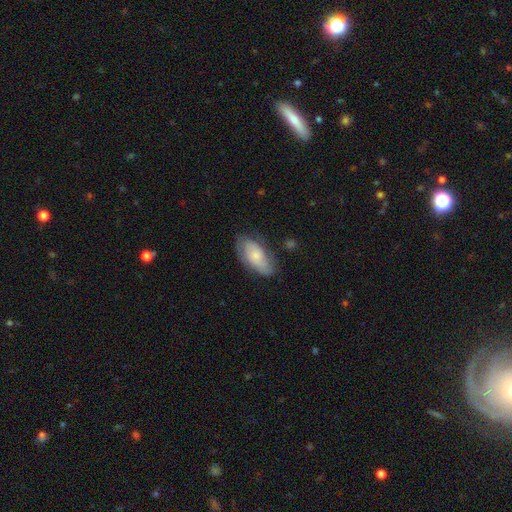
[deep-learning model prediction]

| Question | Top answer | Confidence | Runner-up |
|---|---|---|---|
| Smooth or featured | smooth | 55% | featured or disk (39%) |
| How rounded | in between | 90% | cigar-shaped (6%) |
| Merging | none | 67% | minor disturbance (24%) |